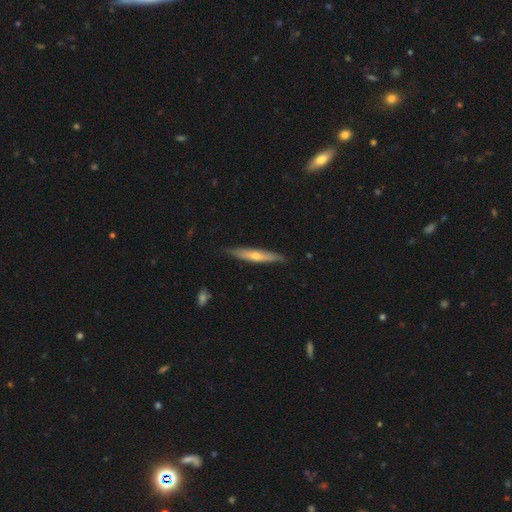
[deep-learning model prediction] Smooth or featured? Predicted: featured or disk (p=0.52). Edge-on disk? Predicted: yes (p=0.90). Merging? Predicted: none (p=0.85).